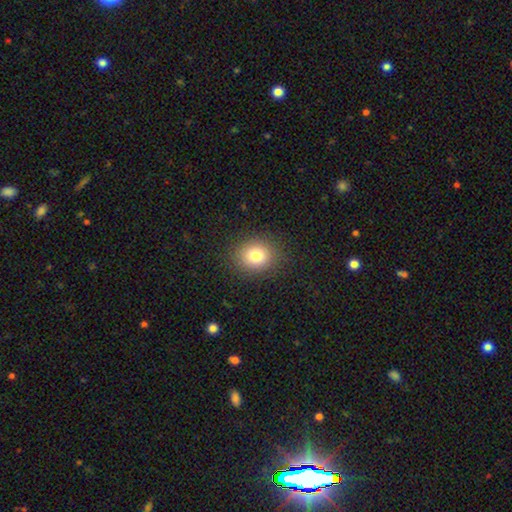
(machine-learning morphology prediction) type=smooth (79%); roundness=round (64%); merging=none (87%).